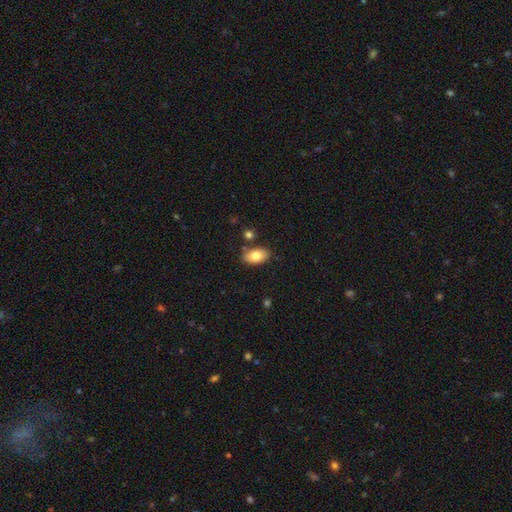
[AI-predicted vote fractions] Q: Smooth or featured?
A: smooth (80%); runner-up: featured or disk (13%)
Q: How rounded?
A: in between (92%); runner-up: round (6%)
Q: Merging?
A: none (82%); runner-up: minor disturbance (10%)